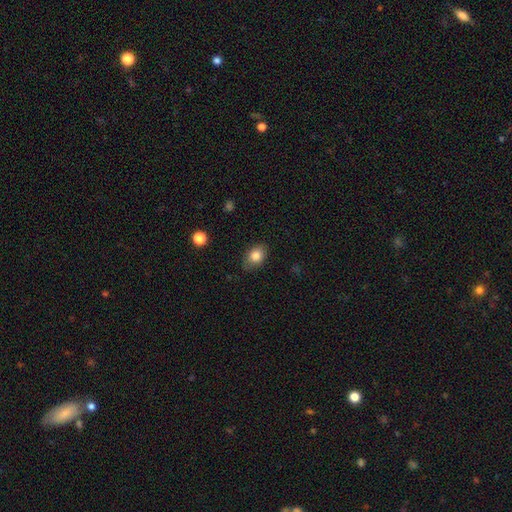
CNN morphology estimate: Smooth or featured? Predicted: smooth (p=0.82). How rounded? Predicted: in between (p=0.72). Merging? Predicted: none (p=0.79).